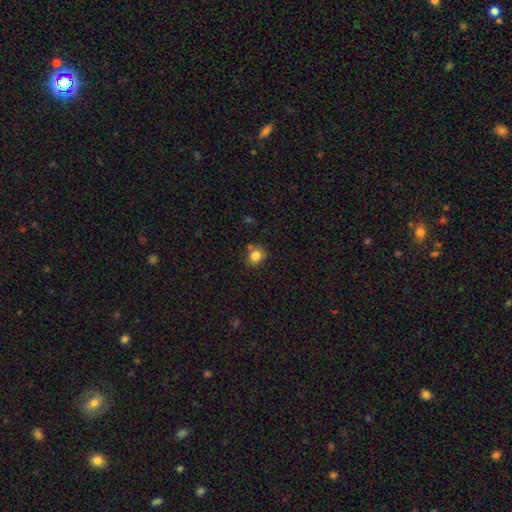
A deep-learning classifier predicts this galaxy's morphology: Smooth or featured? Predicted: smooth (p=0.82). How rounded? Predicted: round (p=0.78). Merging? Predicted: none (p=0.74).